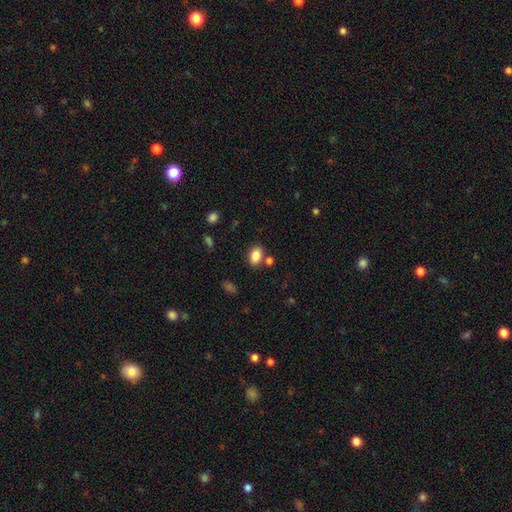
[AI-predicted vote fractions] This is clearly a smooth galaxy (85%). How rounded: likely in between (78%). Merging: likely none (77%).